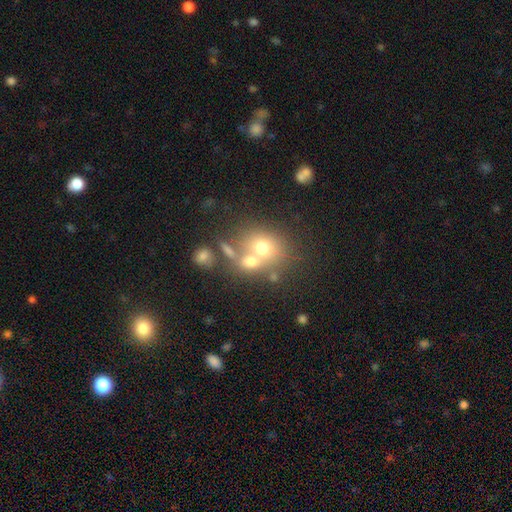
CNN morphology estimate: smooth 60%, featured or disk 23%, star or artifact 17%. Down the decision tree: how rounded — round (66%); merging — merger (46%).